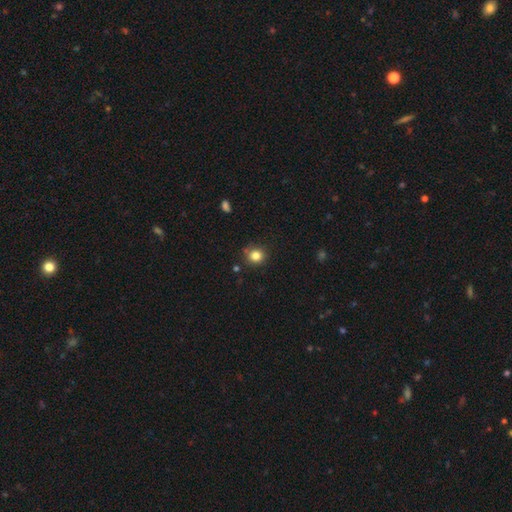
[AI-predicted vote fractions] A smooth galaxy with no disk features (82%) that is round (86%).

Vote fractions:
- Smooth or featured? smooth: 82% / star or artifact: 12% / featured or disk: 5%
- How rounded? round: 86% / in between: 13% / cigar-shaped: 1%
- Merging? none: 83% / minor disturbance: 11% / merger: 4% / major disturbance: 3%